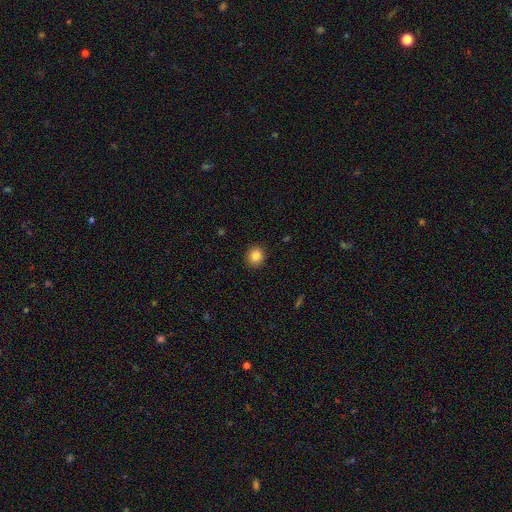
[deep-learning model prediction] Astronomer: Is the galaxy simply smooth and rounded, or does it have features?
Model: smooth — 87%.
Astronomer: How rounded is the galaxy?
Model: round — 86%.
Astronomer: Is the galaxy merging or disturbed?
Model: none — 90%.